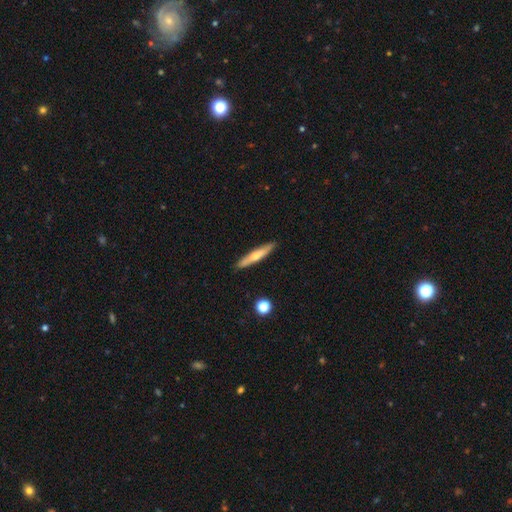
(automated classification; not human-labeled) This appears to be a featured or disk galaxy (48%). Merging: none (90%).